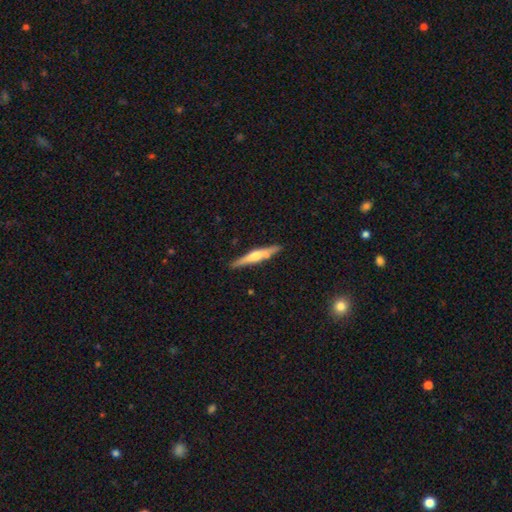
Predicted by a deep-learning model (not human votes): smooth-or-featured: featured or disk: 60% | smooth: 35% | star or artifact: 5%
  disk-edge-on: yes: 97% | no: 3%
    edge-on-bulge: rounded: 78% | boxy: 11% | none: 11%
  merging: none: 84% | minor disturbance: 10% | merger: 4% | major disturbance: 2%